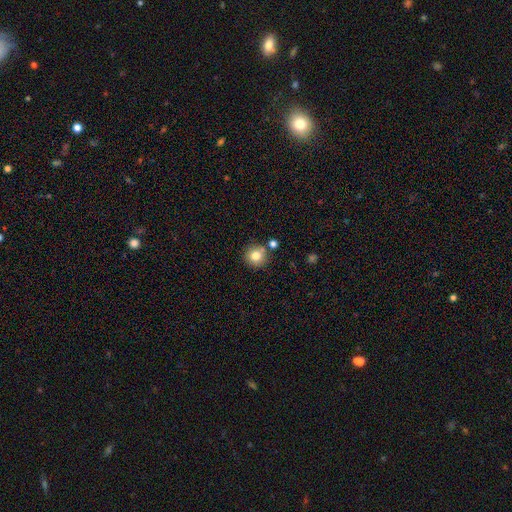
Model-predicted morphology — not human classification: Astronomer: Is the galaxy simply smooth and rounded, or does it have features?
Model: smooth — 79%.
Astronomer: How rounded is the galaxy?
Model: round — 93%.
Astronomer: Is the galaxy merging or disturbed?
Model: none — 77%.